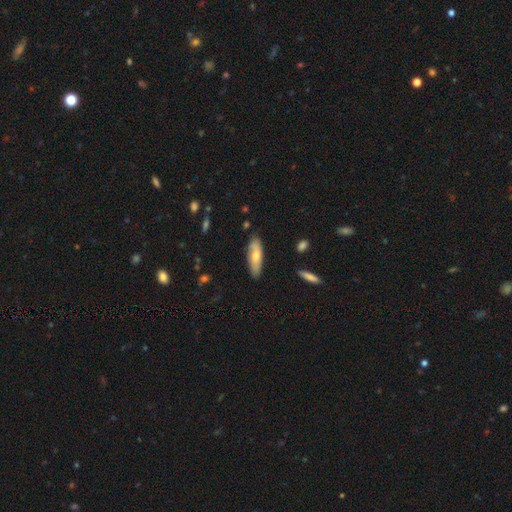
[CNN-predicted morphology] Smooth or featured? smooth (62%)
How rounded? in between (53%)
Merging? none (80%)